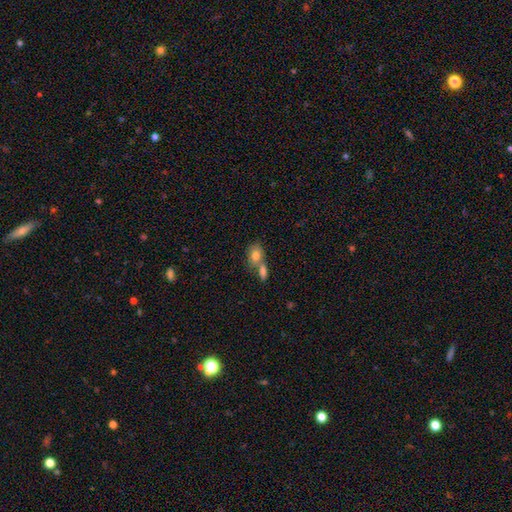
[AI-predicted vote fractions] This appears to be a smooth galaxy with no disk features (80%) that is in between round and cigar-shaped (71%). Merging: merger (52%).